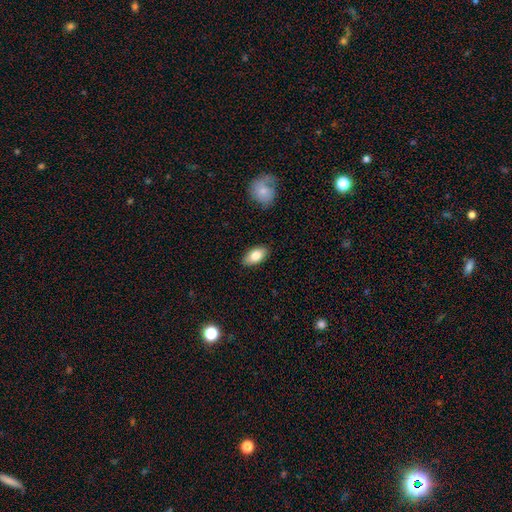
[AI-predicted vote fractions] Overall: smooth (80%). How rounded: in between (93%). Merging: none (86%).